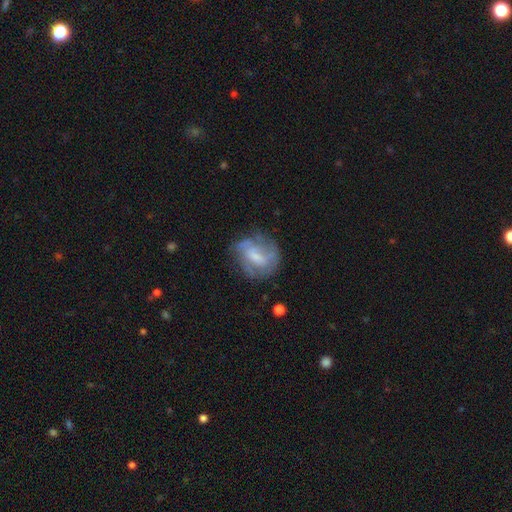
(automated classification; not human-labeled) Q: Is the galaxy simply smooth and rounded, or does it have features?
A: featured or disk — 58%.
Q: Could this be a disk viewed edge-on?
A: no — 96%.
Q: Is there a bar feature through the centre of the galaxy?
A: weak — 48%.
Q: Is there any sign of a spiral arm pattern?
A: yes — 65%.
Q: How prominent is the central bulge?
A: moderate — 35%.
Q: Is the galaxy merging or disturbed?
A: none — 56%.